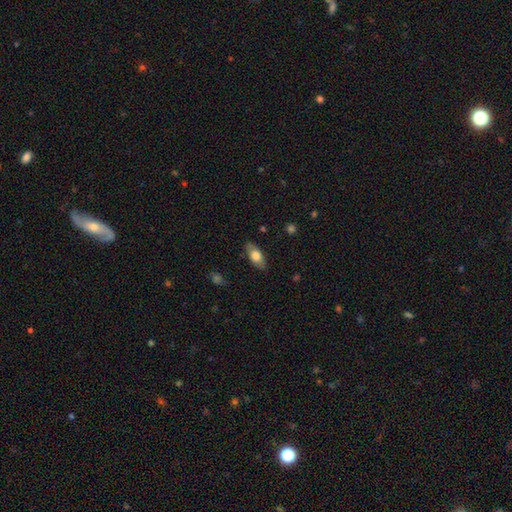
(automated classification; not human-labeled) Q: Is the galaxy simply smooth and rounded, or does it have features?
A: smooth — 72%.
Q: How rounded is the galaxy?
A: in between — 86%.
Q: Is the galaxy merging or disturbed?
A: none — 84%.